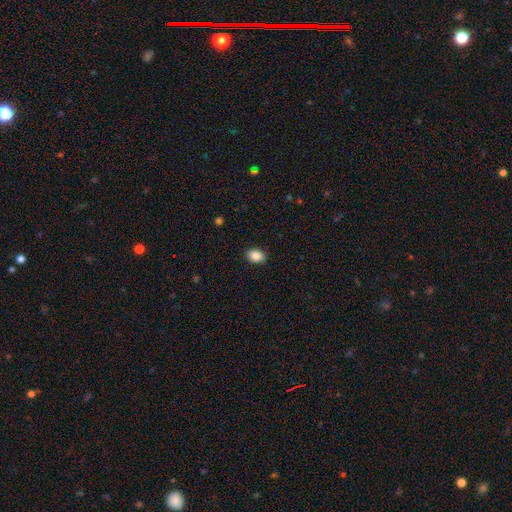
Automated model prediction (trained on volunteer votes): smooth-or-featured: smooth: 88% | star or artifact: 8% | featured or disk: 4%
  how-rounded: in between: 78% | round: 21% | cigar-shaped: 1%
  merging: none: 89% | minor disturbance: 8% | major disturbance: 2% | merger: 1%